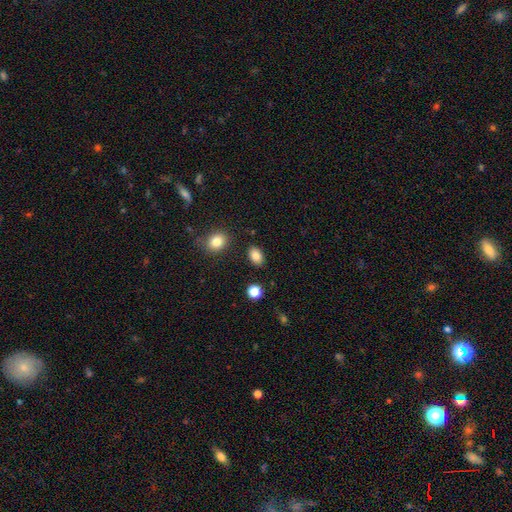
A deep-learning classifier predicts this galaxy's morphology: This appears to be a smooth galaxy with no disk features (85%) that is in between round and cigar-shaped (81%). Merging: none (86%).